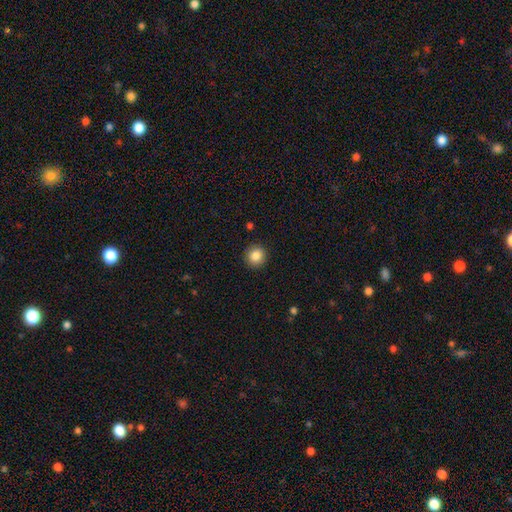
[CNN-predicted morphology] A smooth galaxy with no disk features (86%) that is round (92%).

Vote fractions:
- Smooth or featured? smooth: 86% / star or artifact: 9% / featured or disk: 5%
- How rounded? round: 92% / in between: 7% / cigar-shaped: 1%
- Merging? none: 91% / minor disturbance: 6% / major disturbance: 2% / merger: 1%